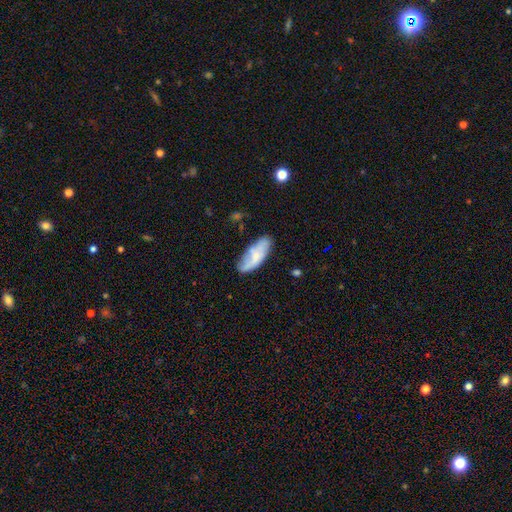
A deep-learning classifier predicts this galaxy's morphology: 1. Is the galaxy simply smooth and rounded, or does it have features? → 59% smooth, 34% featured or disk, 7% star or artifact.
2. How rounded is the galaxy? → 80% in between, 18% cigar-shaped, 2% round.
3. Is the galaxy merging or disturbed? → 59% none, 27% minor disturbance, 9% major disturbance, 6% merger.